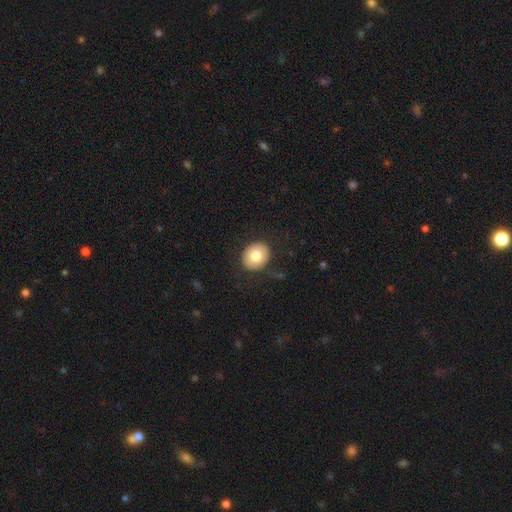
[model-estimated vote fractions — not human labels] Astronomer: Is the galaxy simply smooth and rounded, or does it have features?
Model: smooth — 79%.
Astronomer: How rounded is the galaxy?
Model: round — 69%.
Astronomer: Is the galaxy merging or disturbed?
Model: none — 86%.